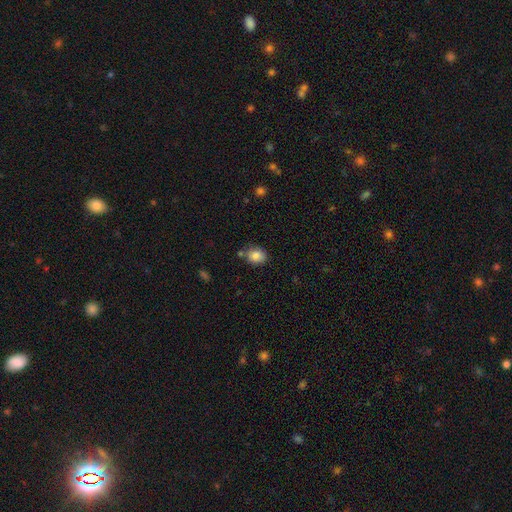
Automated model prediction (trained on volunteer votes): This is clearly a smooth galaxy (82%). How rounded: possibly round (59%). Merging: likely none (73%).